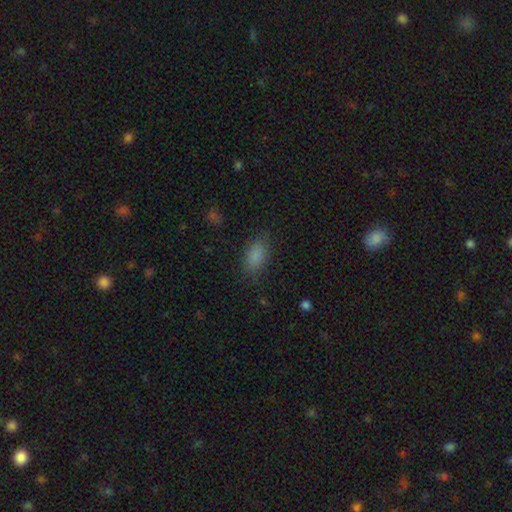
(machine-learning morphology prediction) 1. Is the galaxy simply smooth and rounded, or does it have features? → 85% smooth, 10% star or artifact, 5% featured or disk.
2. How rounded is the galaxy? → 90% in between, 5% round, 4% cigar-shaped.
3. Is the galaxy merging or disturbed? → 81% none, 14% minor disturbance, 4% major disturbance, 1% merger.